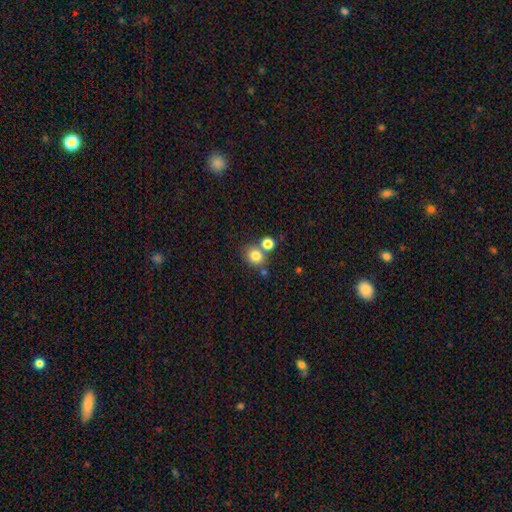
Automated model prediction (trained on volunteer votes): This is clearly a smooth galaxy (80%). How rounded: likely round (75%). Merging: likely none (61%).